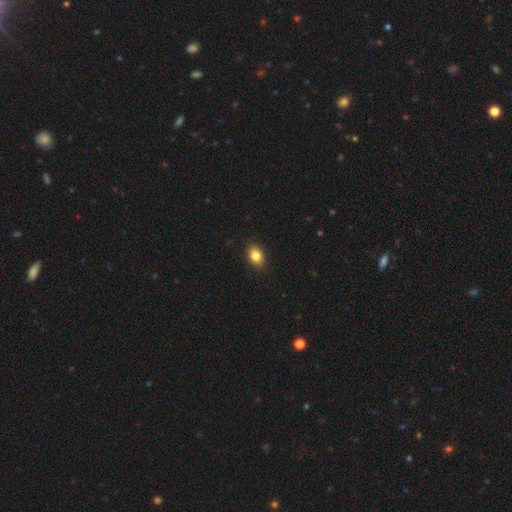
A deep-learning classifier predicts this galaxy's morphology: smooth-or-featured: smooth: 84% | star or artifact: 9% | featured or disk: 7%
  how-rounded: in between: 78% | round: 21% | cigar-shaped: 1%
  merging: none: 89% | minor disturbance: 8% | major disturbance: 2% | merger: 1%